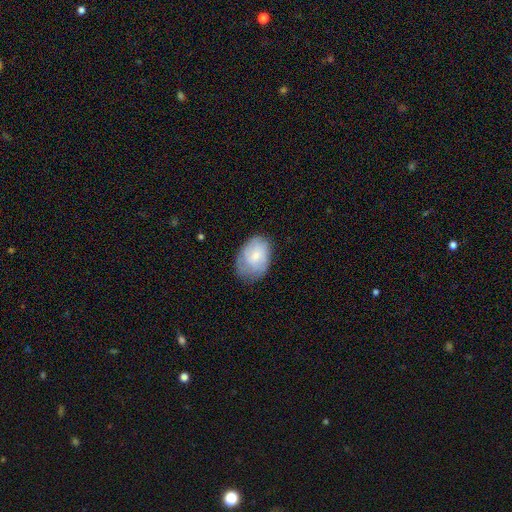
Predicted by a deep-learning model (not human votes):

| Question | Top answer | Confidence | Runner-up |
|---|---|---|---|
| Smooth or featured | smooth | 56% | featured or disk (37%) |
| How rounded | in between | 80% | round (19%) |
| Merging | none | 64% | minor disturbance (27%) |